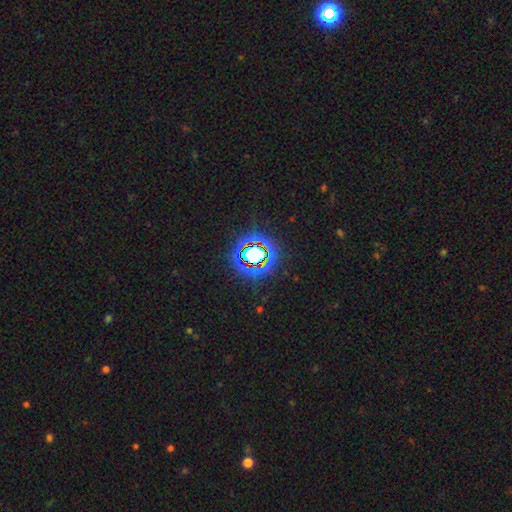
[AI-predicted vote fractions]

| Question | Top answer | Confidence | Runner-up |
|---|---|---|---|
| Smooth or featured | star or artifact | 70% | smooth (20%) |